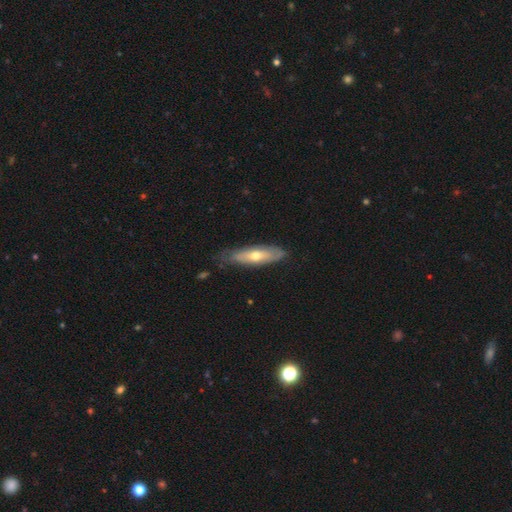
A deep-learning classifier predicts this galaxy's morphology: A featured or disk galaxy (48%).

Vote fractions:
- Smooth or featured? featured or disk: 48% / smooth: 47% / star or artifact: 6%
- Merging? none: 69% / minor disturbance: 24% / major disturbance: 5% / merger: 2%